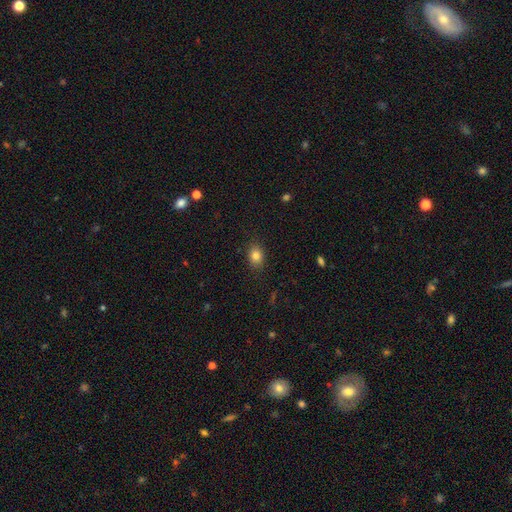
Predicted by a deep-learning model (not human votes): Smooth or featured? smooth (83%)
How rounded? in between (67%)
Merging? none (87%)